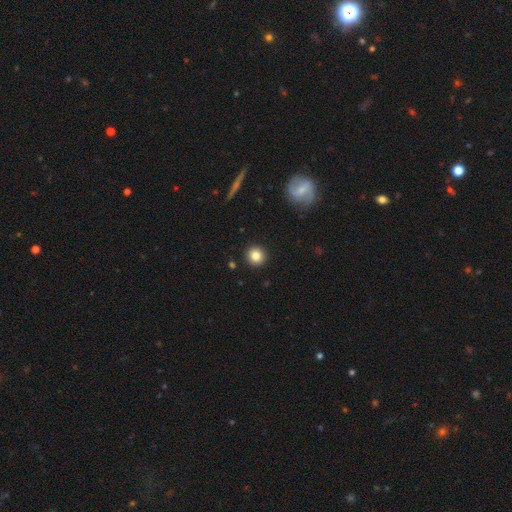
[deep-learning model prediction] Morphology: type=smooth (83%); roundness=round (94%); merging=none (92%).